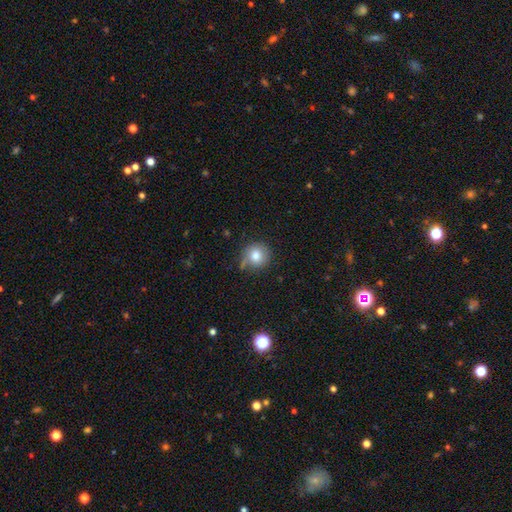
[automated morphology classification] Smooth or featured?
  - smooth: 80% *
  - star or artifact: 10%
  - featured or disk: 10%
How rounded?
  - round: 91% *
  - in between: 8%
  - cigar-shaped: 1%
Merging?
  - none: 72% *
  - minor disturbance: 18%
  - merger: 5%
  - major disturbance: 5%